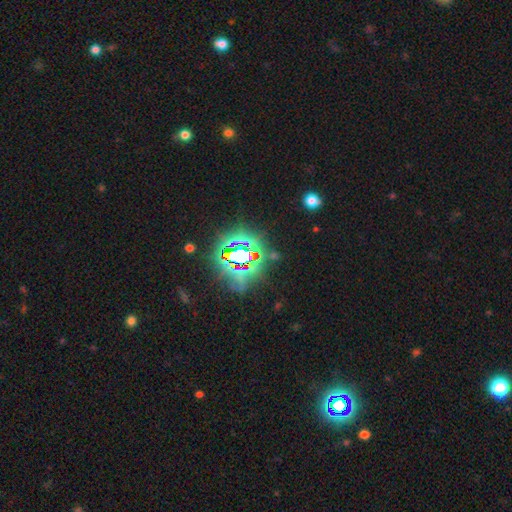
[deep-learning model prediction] A star or artifact, not a galaxy (84%).